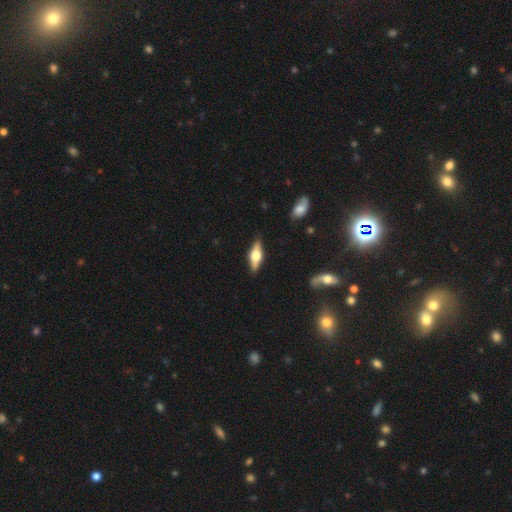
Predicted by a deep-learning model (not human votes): This is likely a featured or disk galaxy (61%). It is clearly viewed edge-on (94%). Edge-on bulge: clearly rounded (93%). Merging: clearly none (87%).